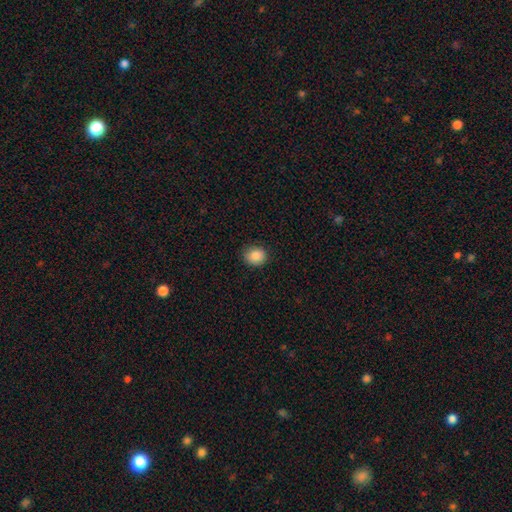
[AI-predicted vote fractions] smooth-or-featured: smooth: 87% | star or artifact: 9% | featured or disk: 4%
  how-rounded: round: 80% | in between: 19% | cigar-shaped: 1%
  merging: none: 85% | minor disturbance: 11% | major disturbance: 2% | merger: 1%